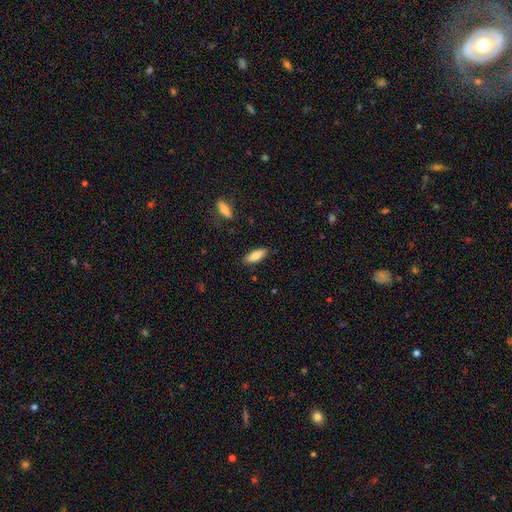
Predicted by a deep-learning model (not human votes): A smooth galaxy with no disk features (81%) that is in between round and cigar-shaped (67%). Merging: none (86%).